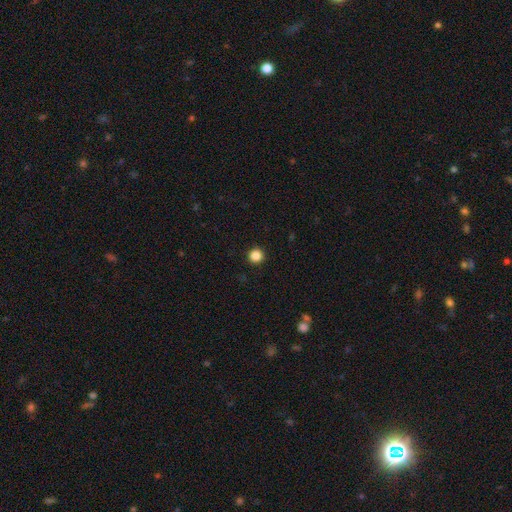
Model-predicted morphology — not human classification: Smooth or featured? smooth (86%)
How rounded? round (96%)
Merging? none (93%)